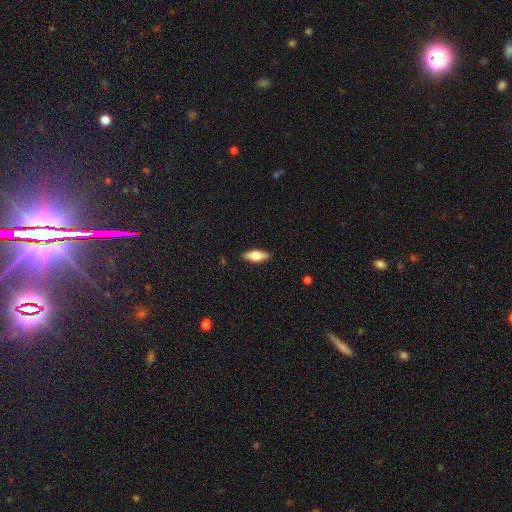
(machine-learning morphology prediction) Smooth or featured? Predicted: smooth (p=0.51). How rounded? Predicted: in between (p=0.63). Merging? Predicted: none (p=0.88).